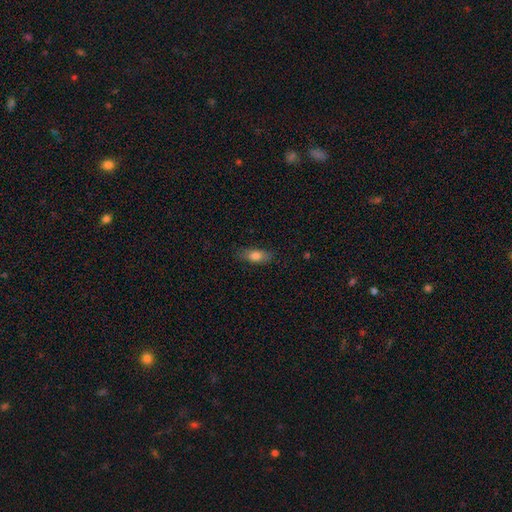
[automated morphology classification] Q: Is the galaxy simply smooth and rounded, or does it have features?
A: smooth — 77%.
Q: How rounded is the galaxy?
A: in between — 77%.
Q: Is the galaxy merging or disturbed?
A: none — 82%.